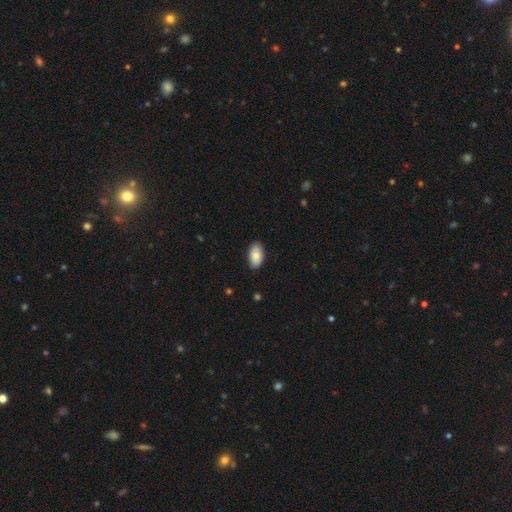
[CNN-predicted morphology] Smooth or featured? Predicted: smooth (p=0.81). How rounded? Predicted: in between (p=0.95). Merging? Predicted: none (p=0.86).